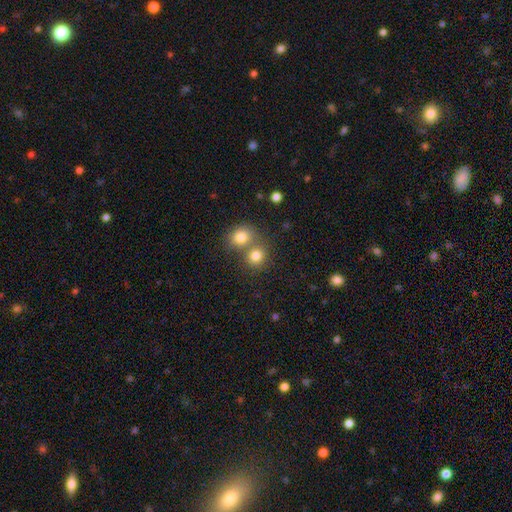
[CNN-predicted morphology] smooth_or_featured: smooth (p=0.80) [alt: star or artifact p=0.12]
how_rounded: round (p=0.80) [alt: in between p=0.19]
merging: none (p=0.47) [alt: merger p=0.44]